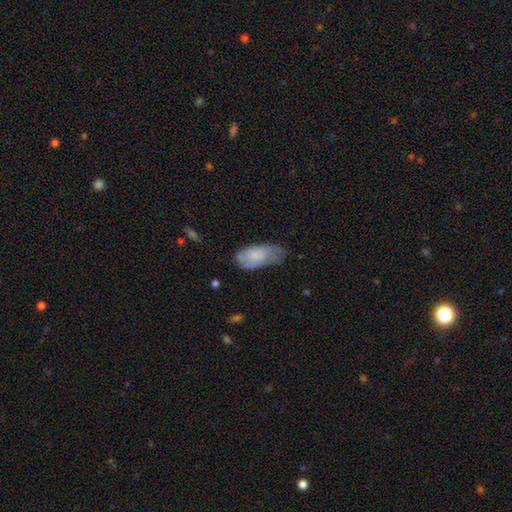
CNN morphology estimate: The model was most divided on "merging": none: 47%, minor disturbance: 38%, major disturbance: 13%, merger: 2%. More confident: how rounded — in between (91%); smooth or featured — smooth (73%).